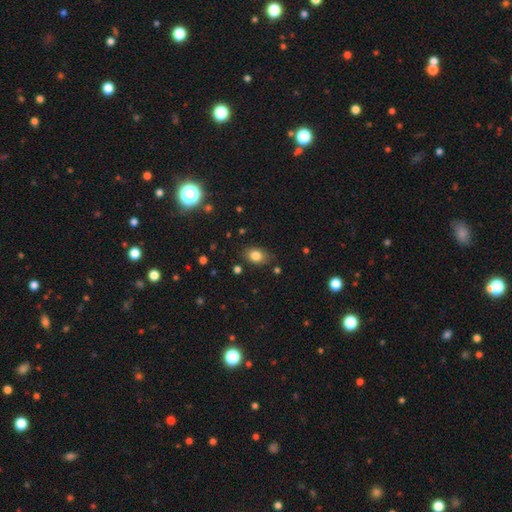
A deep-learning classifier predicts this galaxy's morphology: Overall: smooth (82%). How rounded: in between (76%). Merging: none (80%).